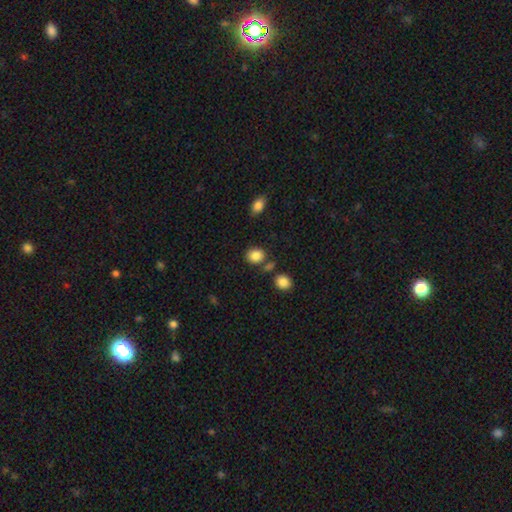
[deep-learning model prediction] Overall: smooth (86%). How rounded: round (58%; in between 41%). Merging: none (74%).